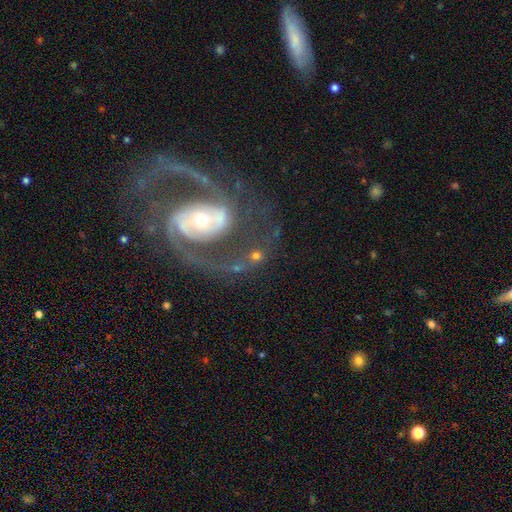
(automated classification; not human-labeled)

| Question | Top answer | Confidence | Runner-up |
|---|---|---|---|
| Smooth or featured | featured or disk | 90% | star or artifact (5%) |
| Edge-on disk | no | 97% | yes (3%) |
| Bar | no | 44% | weak (29%) |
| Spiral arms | yes | 96% | no (4%) |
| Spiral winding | medium | 60% | tight (21%) |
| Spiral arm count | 2 | 92% | can't tell (2%) |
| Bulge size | moderate | 51% | small (36%) |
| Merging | none | 73% | minor disturbance (12%) |